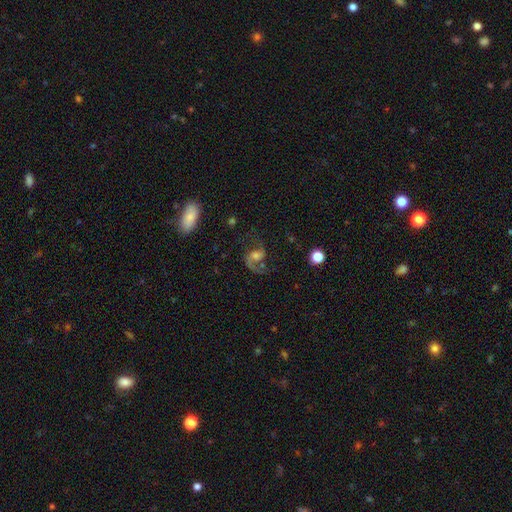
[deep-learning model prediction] Smooth or featured: featured or disk — 79% (smooth — 13%)
Edge-on disk: no — 97% (yes — 3%)
Bar: no — 52% (weak — 38%)
Spiral arms: yes — 94% (no — 6%)
Spiral winding: loose — 54% (medium — 38%)
Spiral arm count: 2 — 78% (1 — 17%)
Bulge size: moderate — 52% (small — 29%)
Merging: none — 57% (major disturbance — 23%)